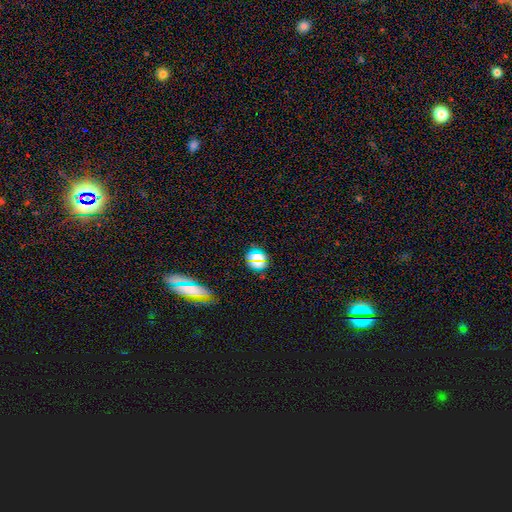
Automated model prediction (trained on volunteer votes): Q: Smooth or featured?
A: smooth (58%); runner-up: star or artifact (33%)
Q: How rounded?
A: round (60%); runner-up: in between (35%)
Q: Merging?
A: none (81%); runner-up: minor disturbance (11%)